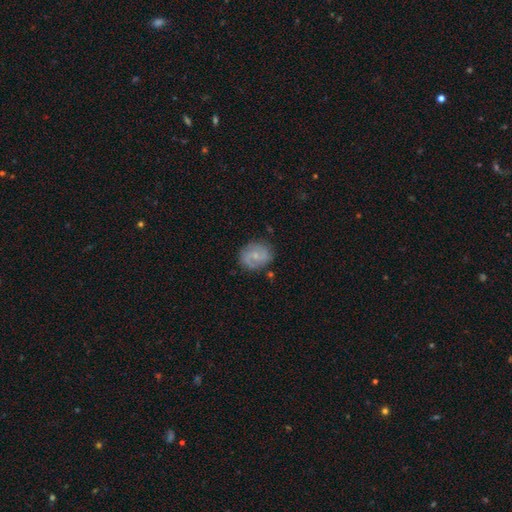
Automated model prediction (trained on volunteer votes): A featured or disk galaxy (53%) with no bar (62%), spiral arms (80%) and a small central bulge (62%).

Vote fractions:
- Smooth or featured? featured or disk: 53% / smooth: 39% / star or artifact: 7%
- Edge-on disk? no: 97% / yes: 3%
- Bar? no: 62% / weak: 33% / strong: 5%
- Spiral arms? yes: 80% / no: 20%
- Bulge size? small: 62% / moderate: 30% / none: 5% / large: 1% / dominant: 1%
- Merging? none: 75% / minor disturbance: 17% / major disturbance: 5% / merger: 2%